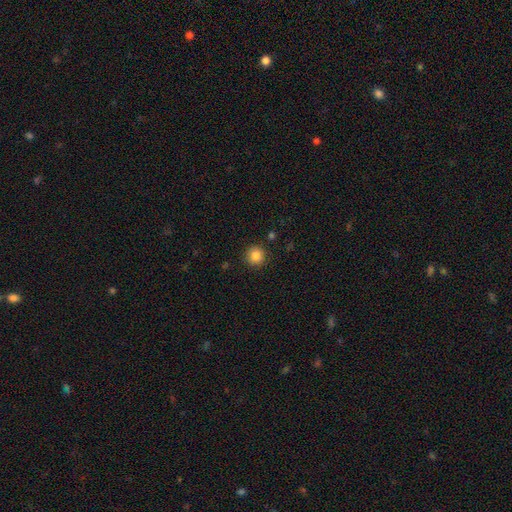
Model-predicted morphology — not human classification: Smooth or featured? smooth (86%)
How rounded? round (94%)
Merging? none (91%)